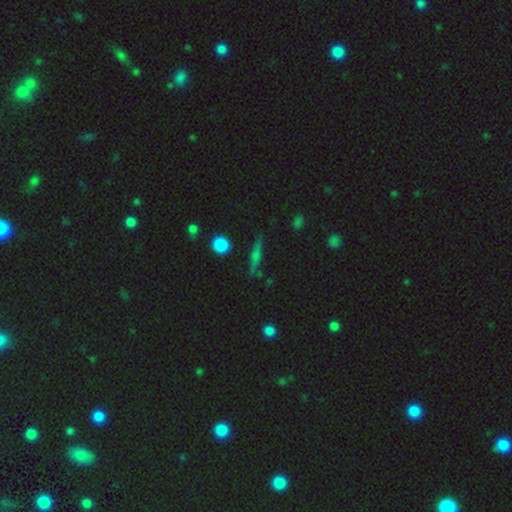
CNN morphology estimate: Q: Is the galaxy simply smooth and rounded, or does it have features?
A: featured or disk — 44%.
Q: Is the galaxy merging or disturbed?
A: none — 81%.